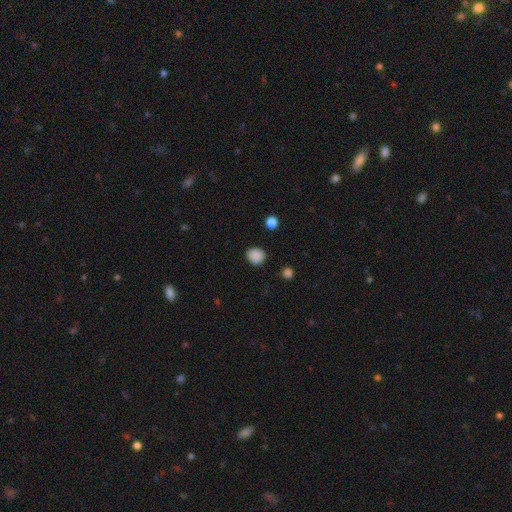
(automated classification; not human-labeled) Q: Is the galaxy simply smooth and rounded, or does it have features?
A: smooth — 86%.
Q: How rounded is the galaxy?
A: round — 76%.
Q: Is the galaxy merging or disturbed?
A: none — 85%.